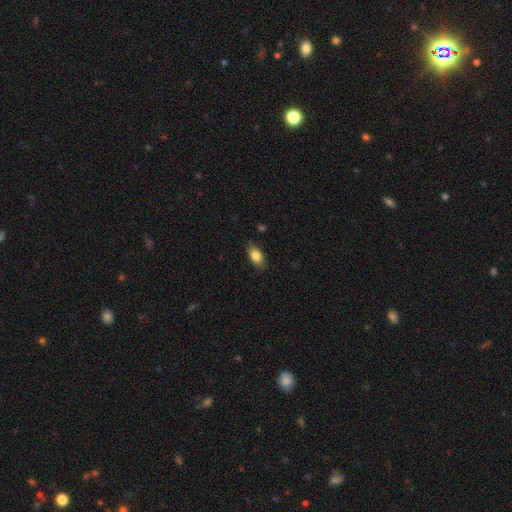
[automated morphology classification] Overall: smooth (83%). How rounded: in between (89%). Merging: none (84%).